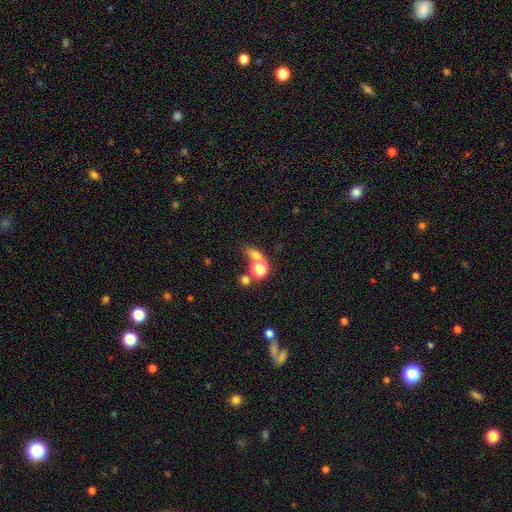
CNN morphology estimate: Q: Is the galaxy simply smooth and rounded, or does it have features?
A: smooth — 66%.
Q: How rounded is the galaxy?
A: in between — 52%.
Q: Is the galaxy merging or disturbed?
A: none — 48%.